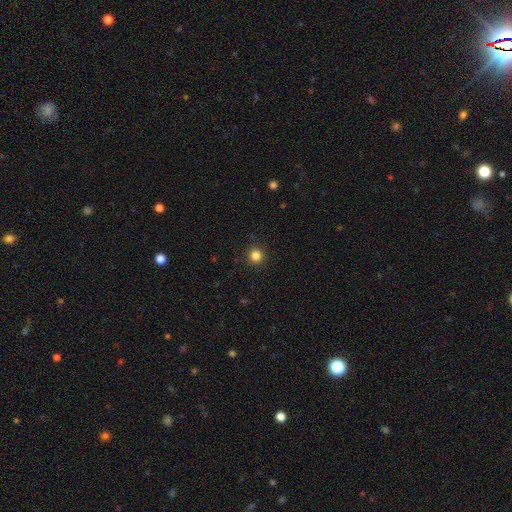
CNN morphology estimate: A smooth galaxy with no disk features (84%) that is round (94%).

Vote fractions:
- Smooth or featured? smooth: 84% / star or artifact: 12% / featured or disk: 4%
- How rounded? round: 94% / in between: 5% / cigar-shaped: 1%
- Merging? none: 92% / minor disturbance: 5% / major disturbance: 2% / merger: 1%